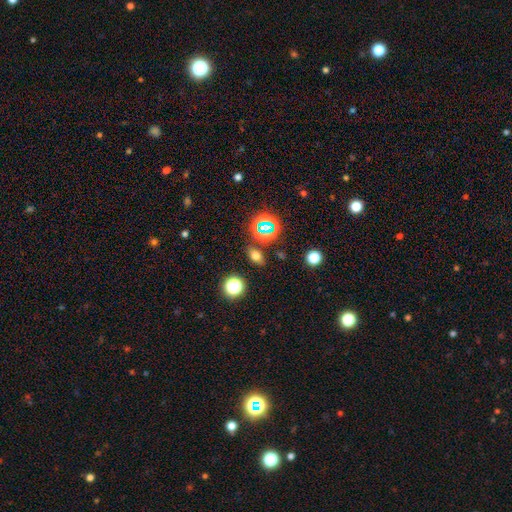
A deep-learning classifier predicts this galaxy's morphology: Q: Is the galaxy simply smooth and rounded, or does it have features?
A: smooth — 63%.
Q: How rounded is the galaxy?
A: in between — 73%.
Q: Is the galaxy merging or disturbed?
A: none — 84%.